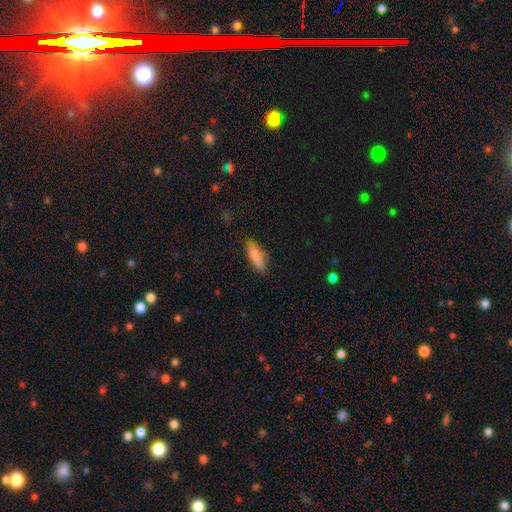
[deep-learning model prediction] Overall: smooth (83%). How rounded: cigar-shaped (58%; in between 40%). Merging: none (80%).